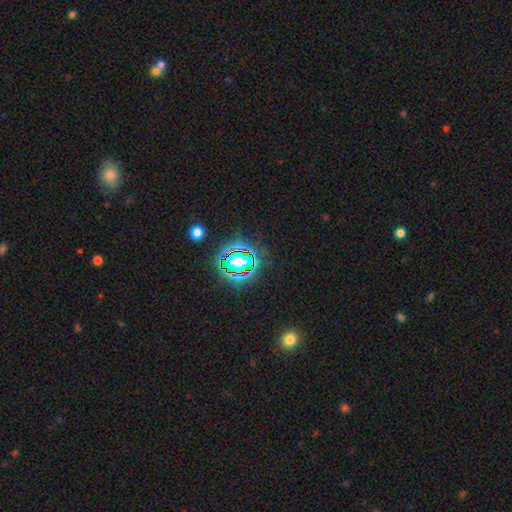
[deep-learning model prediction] This appears to be a star or artifact, not a galaxy (77%).